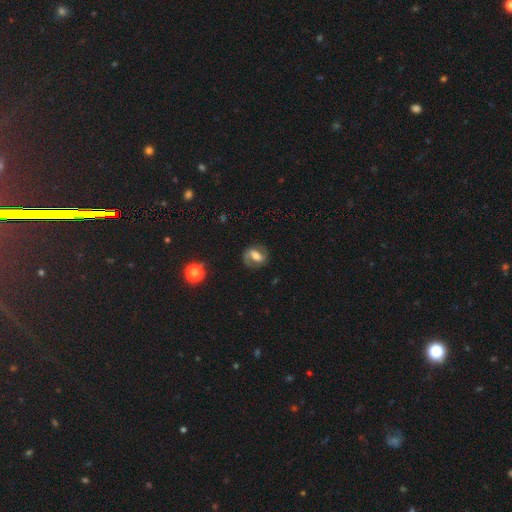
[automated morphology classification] Smooth or featured? featured or disk (69%)
Edge-on disk? no (96%)
Bar? weak (41%)
Spiral arms? yes (88%)
Spiral winding? medium (48%)
Spiral arm count? 2 (85%)
Bulge size? moderate (53%)
Merging? none (75%)